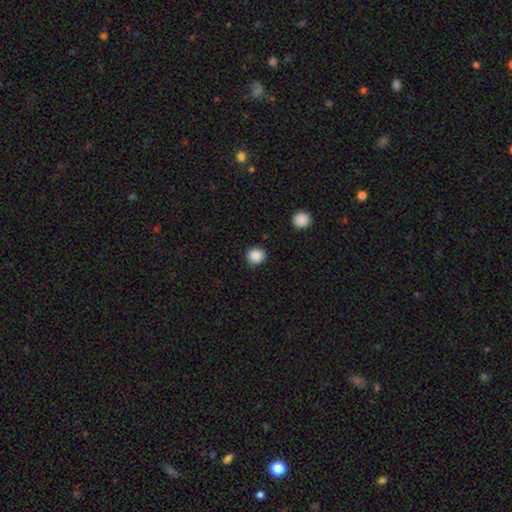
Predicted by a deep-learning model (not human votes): Q: Smooth or featured?
A: smooth (87%); runner-up: star or artifact (10%)
Q: How rounded?
A: round (90%); runner-up: in between (9%)
Q: Merging?
A: none (90%); runner-up: minor disturbance (6%)